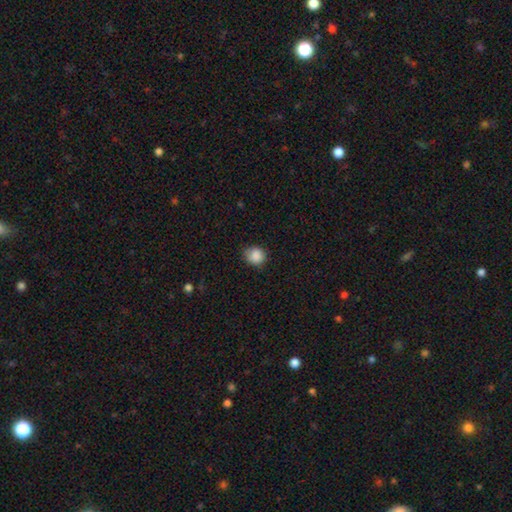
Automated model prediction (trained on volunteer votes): smooth 87%, star or artifact 9%, featured or disk 4%. Down the decision tree: how rounded — round (77%); merging — none (72%).